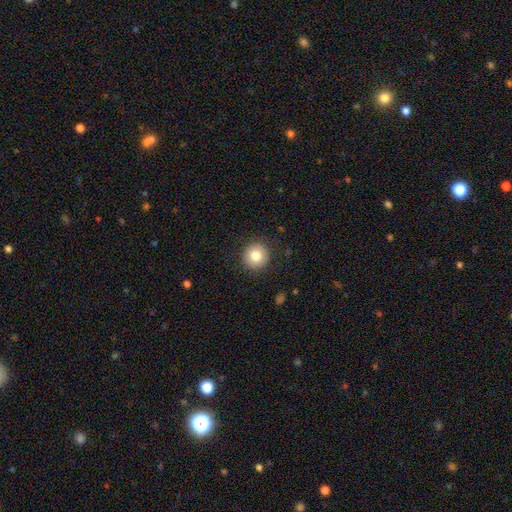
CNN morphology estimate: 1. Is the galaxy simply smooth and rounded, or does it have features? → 80% smooth, 10% featured or disk, 10% star or artifact.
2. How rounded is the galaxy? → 92% round, 7% in between, 1% cigar-shaped.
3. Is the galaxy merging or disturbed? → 90% none, 7% minor disturbance, 2% major disturbance, 1% merger.